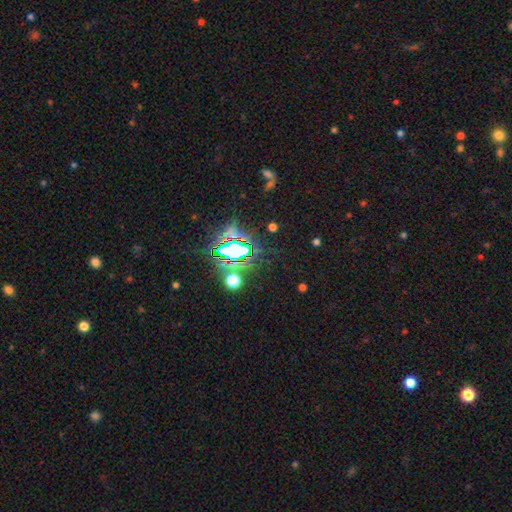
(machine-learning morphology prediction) Q: Smooth or featured?
A: star or artifact (84%); runner-up: smooth (9%)